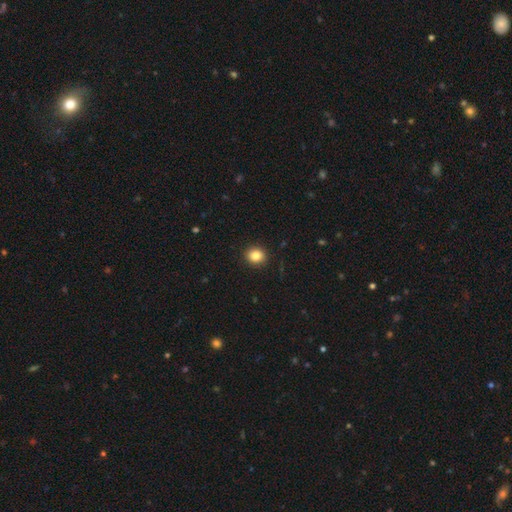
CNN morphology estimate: A smooth galaxy with no disk features (84%) that is round (78%).

Vote fractions:
- Smooth or featured? smooth: 84% / star or artifact: 10% / featured or disk: 5%
- How rounded? round: 78% / in between: 21% / cigar-shaped: 1%
- Merging? none: 92% / minor disturbance: 6% / major disturbance: 2% / merger: 1%